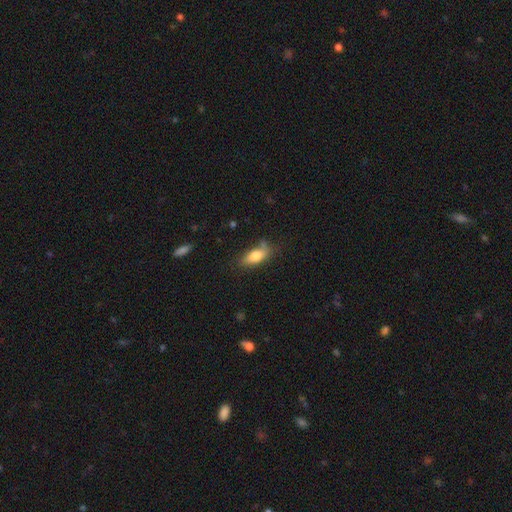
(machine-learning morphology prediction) A smooth galaxy with no disk features (77%) that is in between round and cigar-shaped (79%). Merging: none (62%).